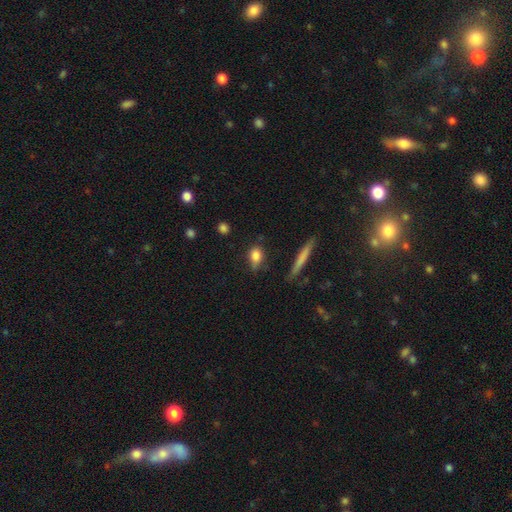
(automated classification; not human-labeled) A smooth galaxy with no disk features (82%) that is in between round and cigar-shaped (62%).

Vote fractions:
- Smooth or featured? smooth: 82% / featured or disk: 10% / star or artifact: 9%
- How rounded? in between: 62% / round: 26% / cigar-shaped: 12%
- Merging? none: 62% / minor disturbance: 27% / major disturbance: 7% / merger: 4%